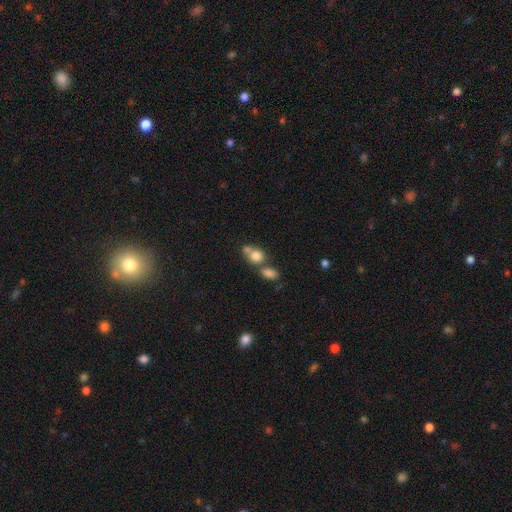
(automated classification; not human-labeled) smooth_or_featured: smooth (p=0.77) [alt: featured or disk p=0.12]
how_rounded: round (p=0.62) [alt: in between p=0.36]
merging: merger (p=0.51) [alt: none p=0.35]